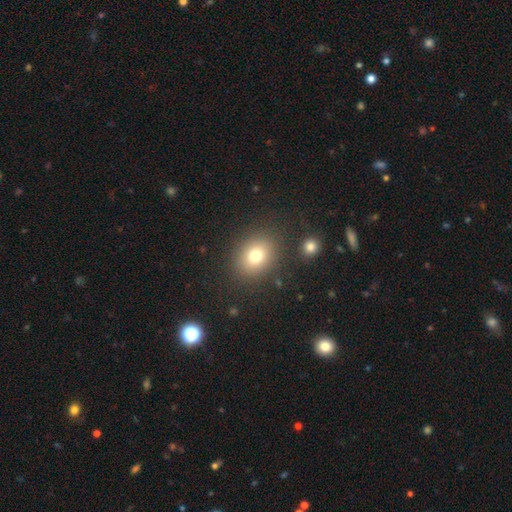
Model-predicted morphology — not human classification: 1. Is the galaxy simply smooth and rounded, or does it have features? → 77% smooth, 13% star or artifact, 10% featured or disk.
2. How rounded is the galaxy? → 56% round, 43% in between, 1% cigar-shaped.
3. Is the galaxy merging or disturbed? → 84% none, 9% minor disturbance, 4% major disturbance, 3% merger.